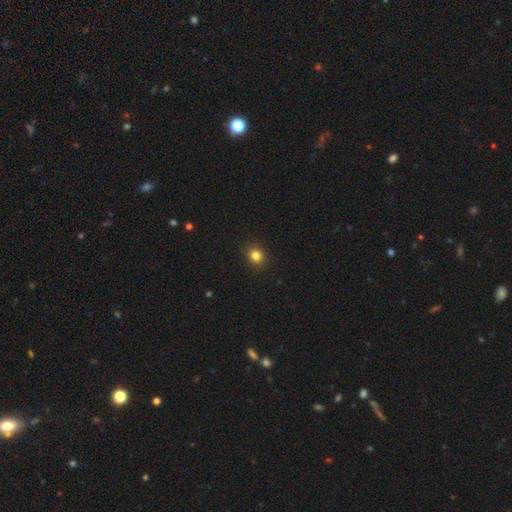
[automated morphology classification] This appears to be a smooth galaxy with no disk features (80%) that is round (77%). Merging: none (86%).